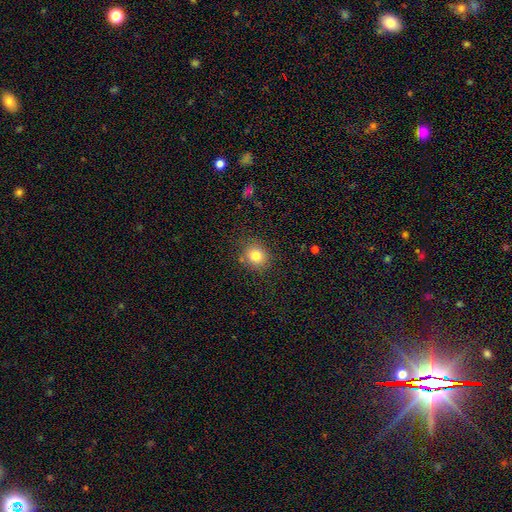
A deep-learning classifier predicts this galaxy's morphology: This is clearly a smooth galaxy (81%). How rounded: likely round (80%). Merging: clearly none (82%).